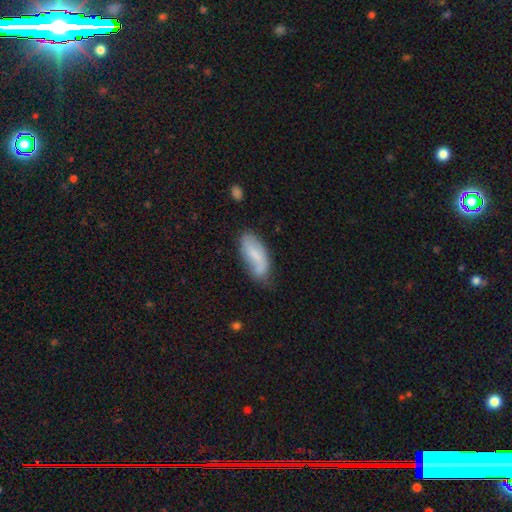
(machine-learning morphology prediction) Q: Smooth or featured?
A: smooth (62%); runner-up: featured or disk (31%)
Q: How rounded?
A: in between (83%); runner-up: cigar-shaped (15%)
Q: Merging?
A: none (54%); runner-up: minor disturbance (31%)